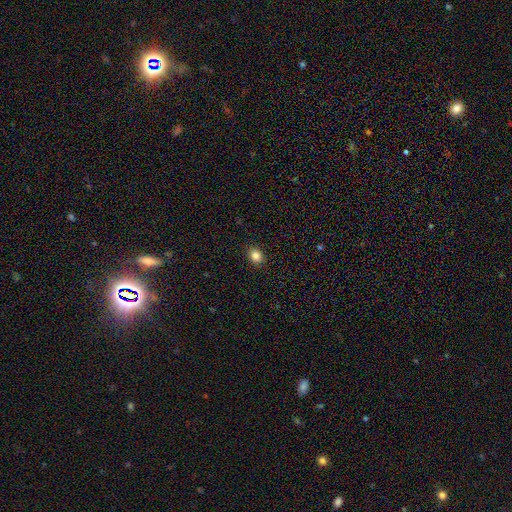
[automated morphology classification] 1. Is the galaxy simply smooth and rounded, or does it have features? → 84% smooth, 11% star or artifact, 5% featured or disk.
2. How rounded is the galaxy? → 54% round, 45% in between, 1% cigar-shaped.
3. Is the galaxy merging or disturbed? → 91% none, 6% minor disturbance, 2% major disturbance, 1% merger.